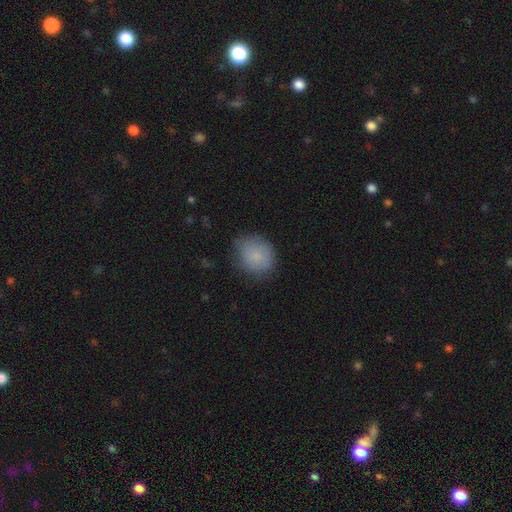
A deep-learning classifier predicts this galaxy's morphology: This is clearly a smooth galaxy (82%). How rounded: likely round (66%). Merging: likely none (71%).